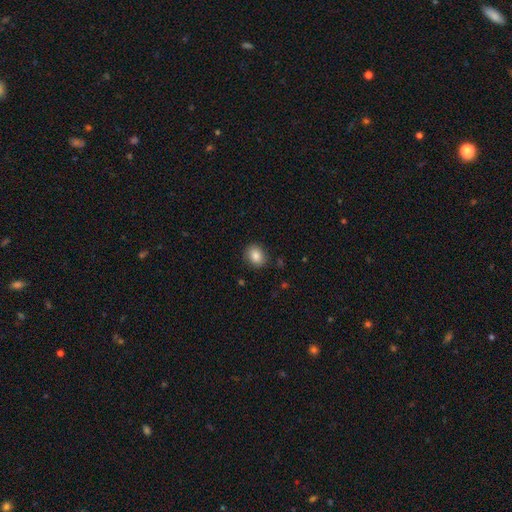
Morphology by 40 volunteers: Smooth or featured?
  - smooth: 95% *
  - star or artifact: 5%
  - featured or disk: 0%
How rounded?
  - round: 63% *
  - in between: 37%
  - cigar-shaped: 0%
Merging?
  - none: 84% *
  - minor disturbance: 13%
  - major disturbance: 3%
  - merger: 0%